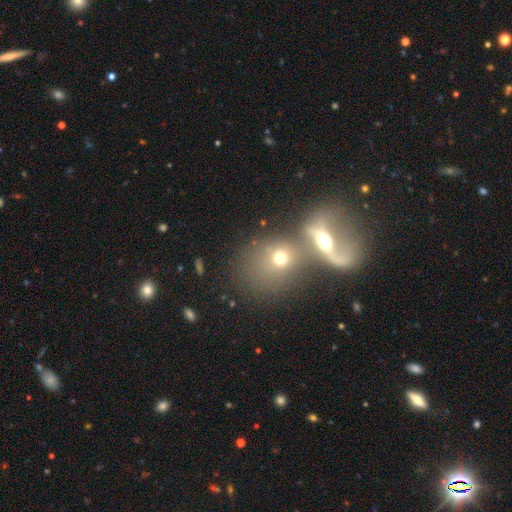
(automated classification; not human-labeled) Smooth or featured?
  - smooth: 50% *
  - featured or disk: 36%
  - star or artifact: 14%
Merging?
  - merger: 71% *
  - none: 15%
  - major disturbance: 9%
  - minor disturbance: 6%